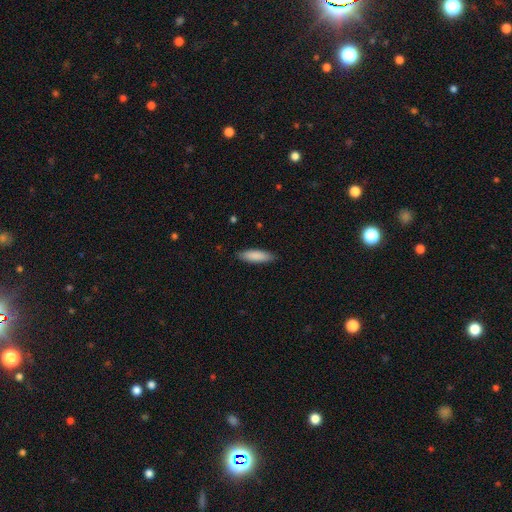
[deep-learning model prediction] Smooth or featured? smooth (87%)
How rounded? cigar-shaped (55%)
Merging? none (87%)